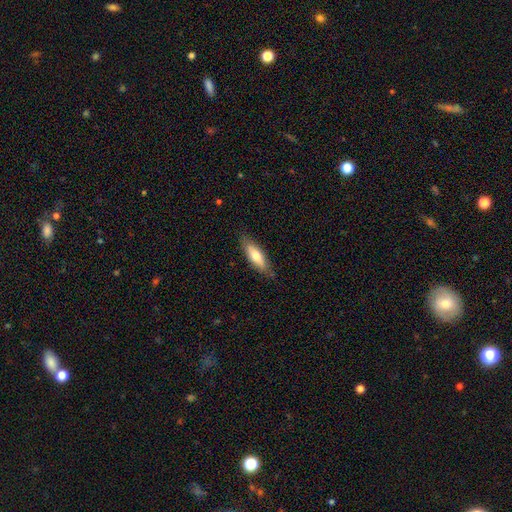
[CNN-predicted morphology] Smooth or featured? smooth (69%)
How rounded? in between (53%)
Merging? none (80%)